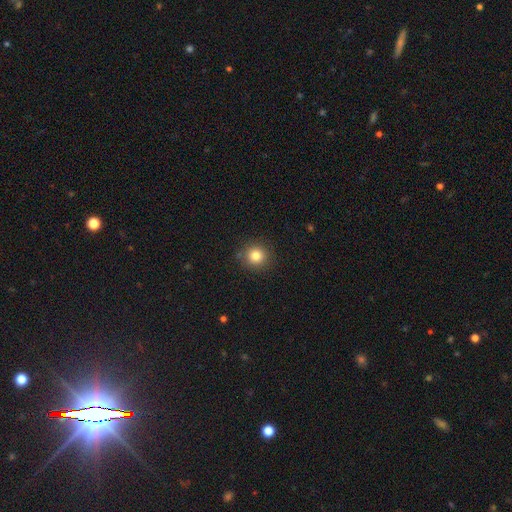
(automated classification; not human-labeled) This is clearly a smooth galaxy (82%). How rounded: clearly round (91%). Merging: clearly none (87%).